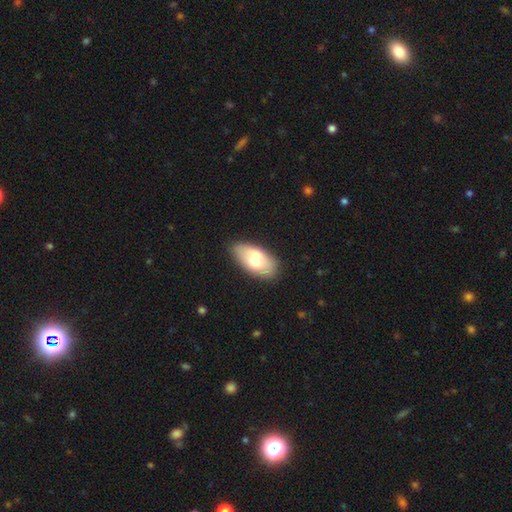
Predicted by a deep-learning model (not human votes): A smooth galaxy with no disk features (61%) that is in between round and cigar-shaped (93%). Merging: none (65%).